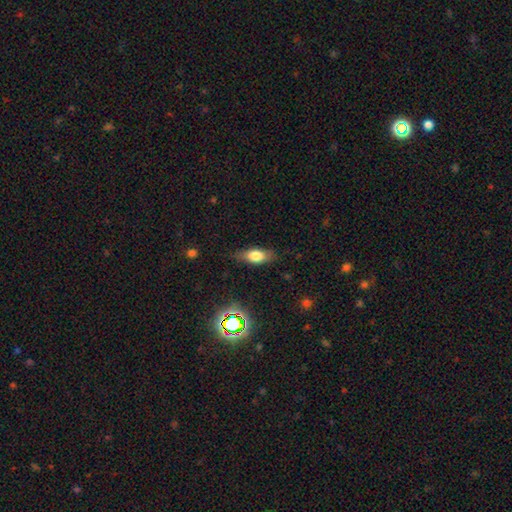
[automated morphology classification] The model was most divided on "smooth or featured": smooth: 70%, featured or disk: 20%, star or artifact: 10%. More confident: merging — none (79%); how rounded — in between (78%).